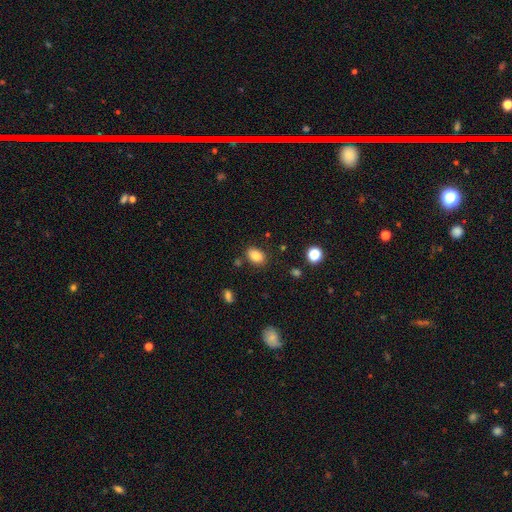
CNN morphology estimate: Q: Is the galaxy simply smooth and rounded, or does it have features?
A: smooth — 84%.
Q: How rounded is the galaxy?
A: in between — 81%.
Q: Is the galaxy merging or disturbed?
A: none — 82%.